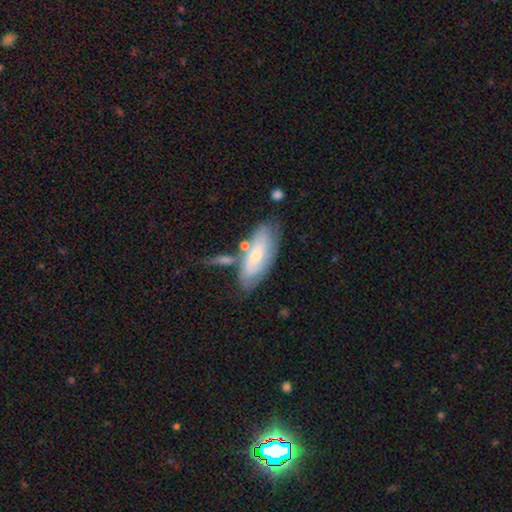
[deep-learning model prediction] Smooth or featured? Predicted: smooth (p=0.51). How rounded? Predicted: in between (p=0.79). Merging? Predicted: none (p=0.58).